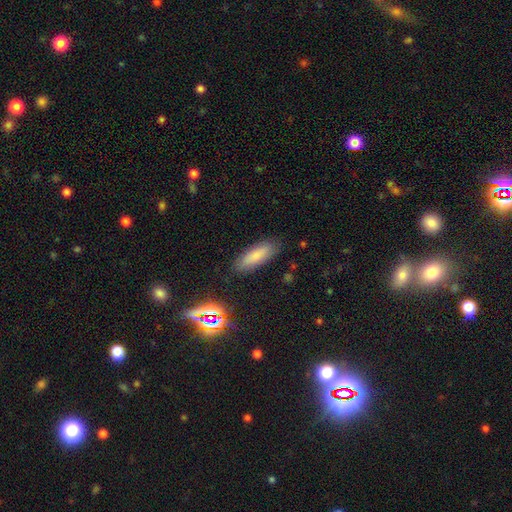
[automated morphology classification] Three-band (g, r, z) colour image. It shows a smooth galaxy with no disk features (79%) that is in between round and cigar-shaped (56%). Merging: none (85%).